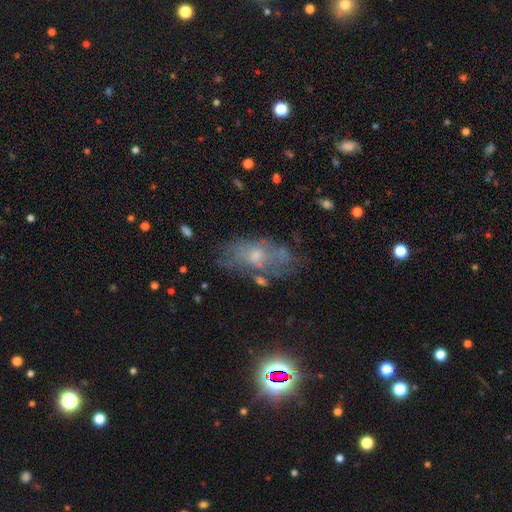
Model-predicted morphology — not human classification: Smooth or featured? featured or disk (49%)
Merging? none (62%)